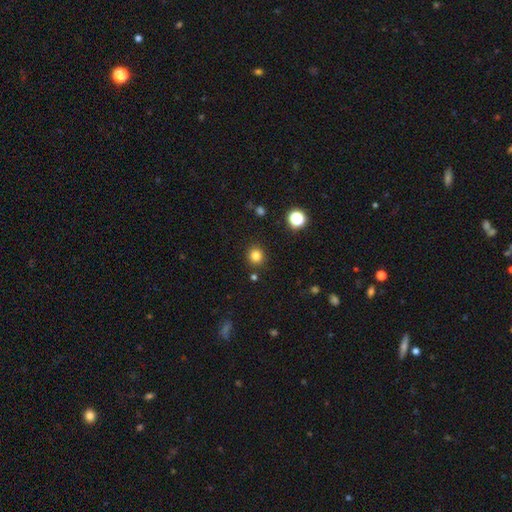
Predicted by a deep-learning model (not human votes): A smooth galaxy with no disk features (81%) that is round (90%).

Vote fractions:
- Smooth or featured? smooth: 81% / star or artifact: 14% / featured or disk: 5%
- How rounded? round: 90% / in between: 9% / cigar-shaped: 1%
- Merging? none: 88% / minor disturbance: 7% / merger: 3% / major disturbance: 2%